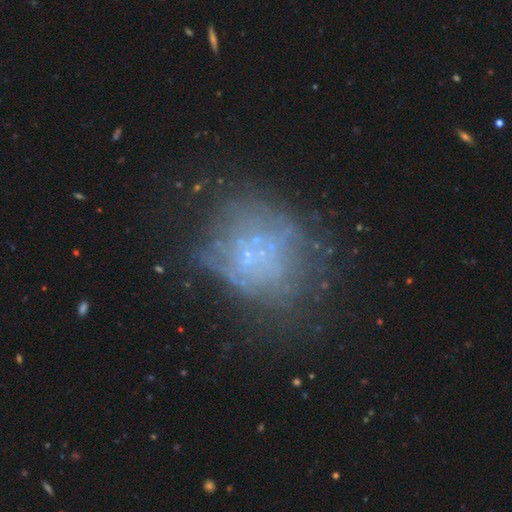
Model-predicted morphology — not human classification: Q: Smooth or featured?
A: featured or disk (46%); runner-up: smooth (29%)
Q: Merging?
A: none (43%); runner-up: major disturbance (26%)